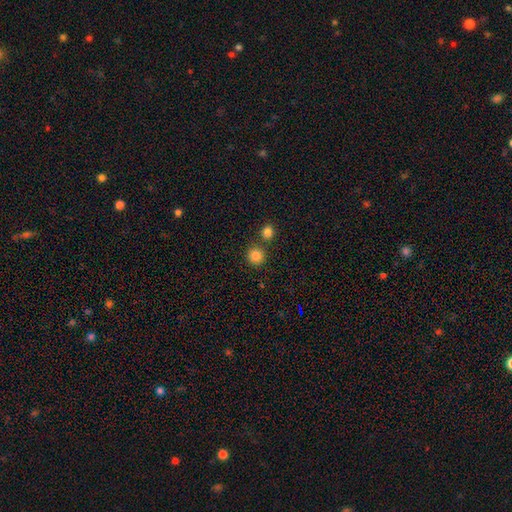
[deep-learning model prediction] Morphology: type=smooth (85%); roundness=round (92%); merging=none (76%).